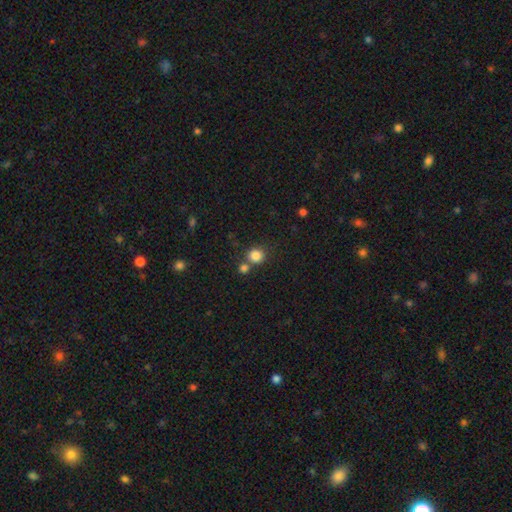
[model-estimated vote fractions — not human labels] This appears to be a smooth galaxy with no disk features (84%) that is round (89%). Merging: none (67%).